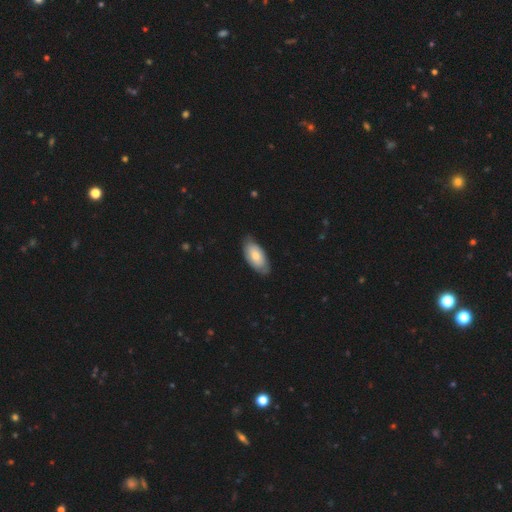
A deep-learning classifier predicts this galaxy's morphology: This is likely a smooth galaxy (70%). How rounded: clearly in between (93%). Merging: likely none (74%).